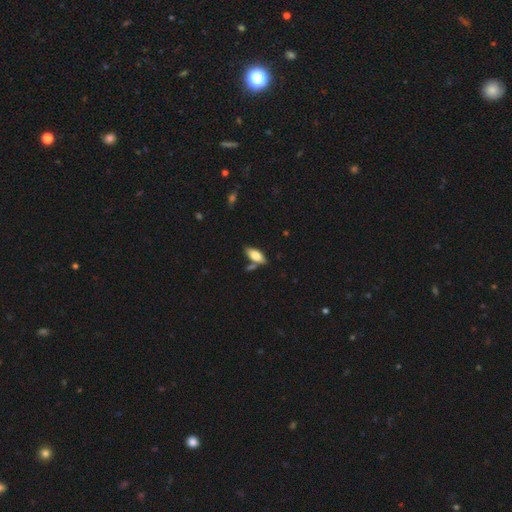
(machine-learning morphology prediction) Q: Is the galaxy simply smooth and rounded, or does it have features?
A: smooth — 75%.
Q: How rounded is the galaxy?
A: in between — 82%.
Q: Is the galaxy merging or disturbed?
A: none — 72%.